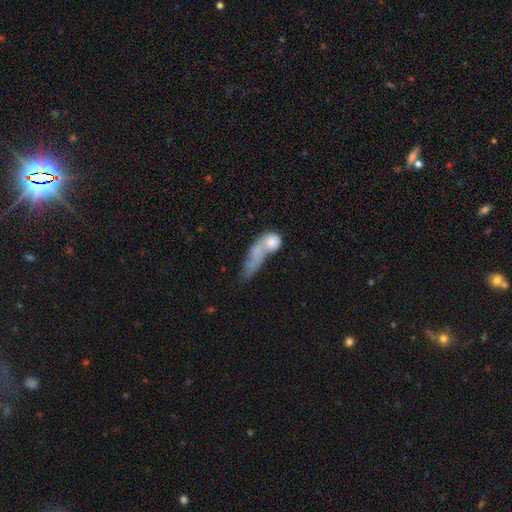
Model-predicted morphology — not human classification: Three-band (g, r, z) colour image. It shows a smooth galaxy with no disk features (64%) that is in between round and cigar-shaped (41%). Merging: merger (54%).